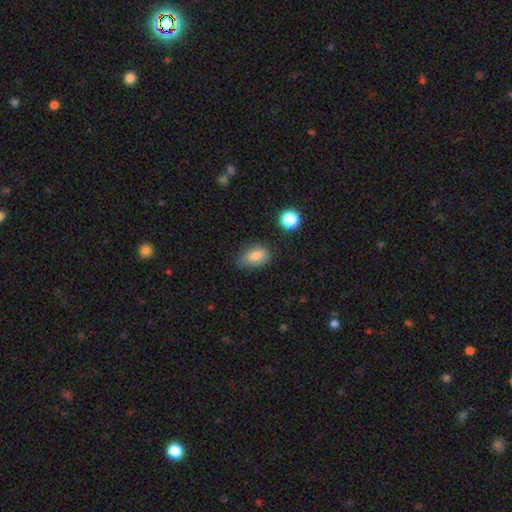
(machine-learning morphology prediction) This appears to be a smooth galaxy with no disk features (81%) that is in between round and cigar-shaped (84%). Merging: none (64%).